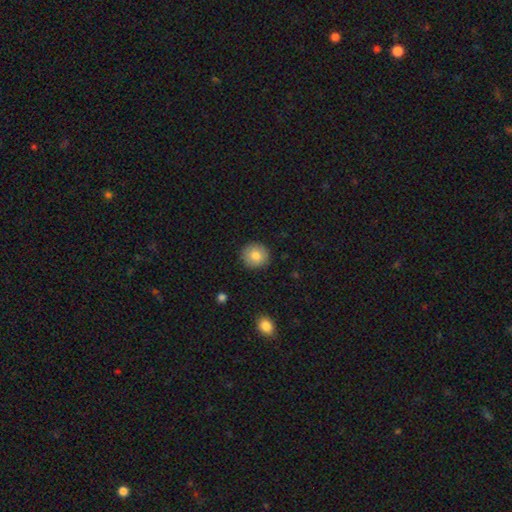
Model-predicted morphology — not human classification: A smooth galaxy with no disk features (82%) that is round (92%). Merging: none (90%).